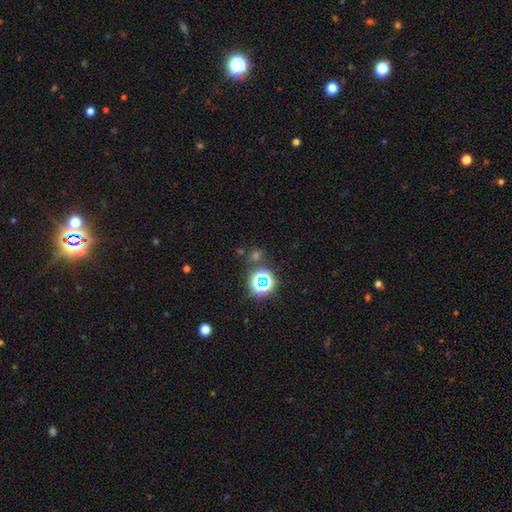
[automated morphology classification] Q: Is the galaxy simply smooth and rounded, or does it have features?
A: star or artifact — 60%.